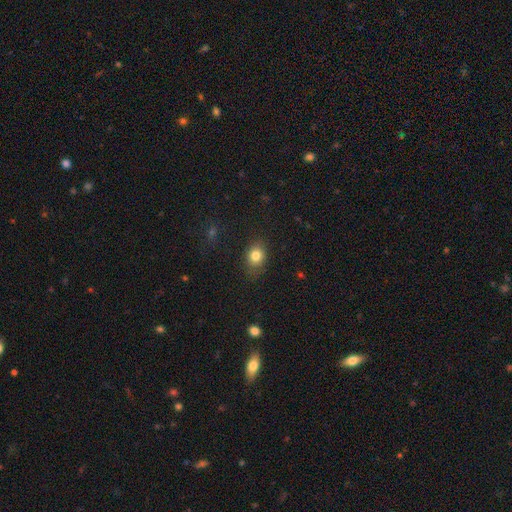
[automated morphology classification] Smooth or featured? Predicted: smooth (p=0.80). How rounded? Predicted: in between (p=0.59). Merging? Predicted: none (p=0.77).